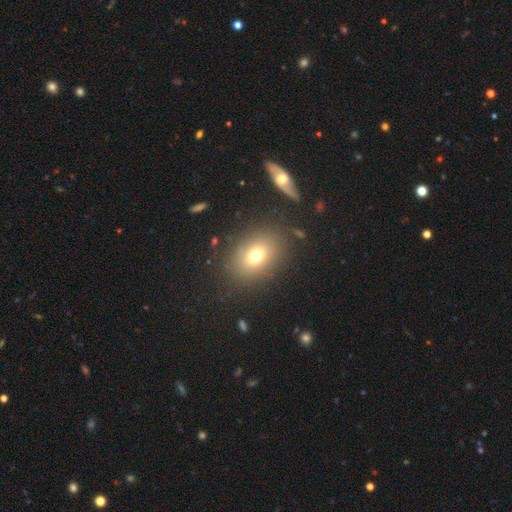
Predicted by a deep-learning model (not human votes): This is likely a smooth galaxy (72%). How rounded: likely in between (67%). Merging: clearly none (83%).